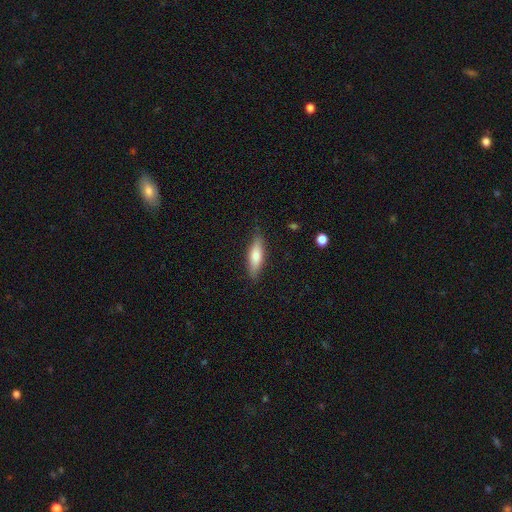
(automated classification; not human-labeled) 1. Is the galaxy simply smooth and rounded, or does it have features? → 69% smooth, 25% featured or disk, 6% star or artifact.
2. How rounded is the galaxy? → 59% cigar-shaped, 39% in between, 2% round.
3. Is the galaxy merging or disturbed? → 84% none, 12% minor disturbance, 2% major disturbance, 1% merger.